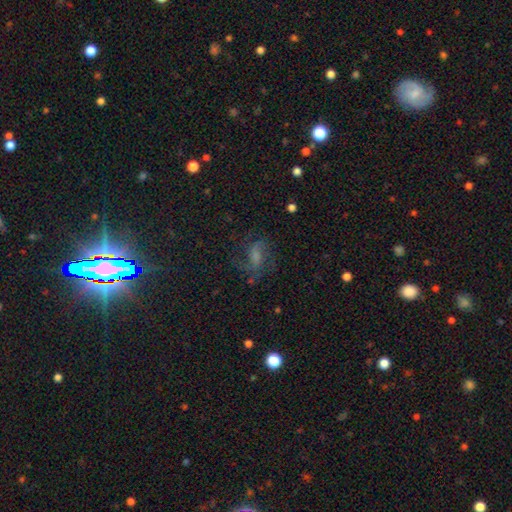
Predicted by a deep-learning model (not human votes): Q: Smooth or featured?
A: featured or disk (58%); runner-up: smooth (24%)
Q: Edge-on disk?
A: no (96%); runner-up: yes (4%)
Q: Bar?
A: weak (47%); runner-up: no (35%)
Q: Spiral arms?
A: yes (88%); runner-up: no (12%)
Q: Bulge size?
A: none (30%); runner-up: small (29%)
Q: Merging?
A: none (59%); runner-up: major disturbance (21%)